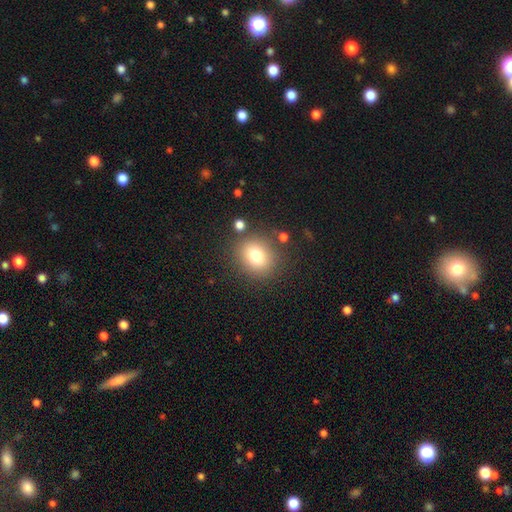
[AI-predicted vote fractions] smooth-or-featured: smooth: 78% | star or artifact: 12% | featured or disk: 10%
  how-rounded: round: 69% | in between: 30% | cigar-shaped: 1%
  merging: none: 81% | minor disturbance: 10% | merger: 5% | major disturbance: 4%